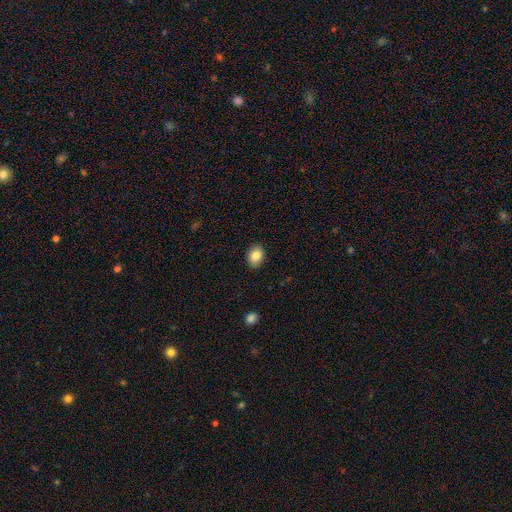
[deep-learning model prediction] Overall: smooth (86%). How rounded: in between (64%; round 35%). Merging: none (88%).